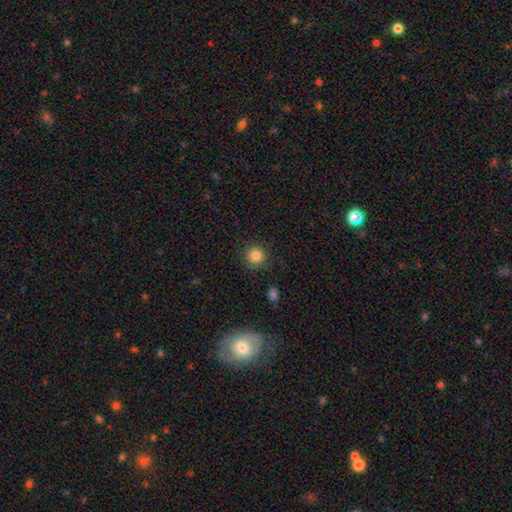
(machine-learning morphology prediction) This is clearly a smooth galaxy (84%). How rounded: clearly round (93%). Merging: clearly none (89%).